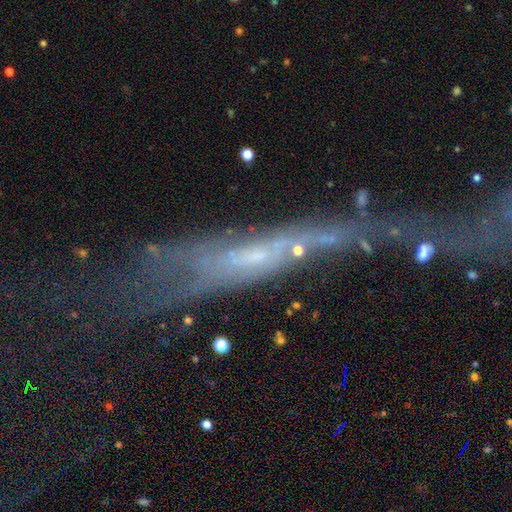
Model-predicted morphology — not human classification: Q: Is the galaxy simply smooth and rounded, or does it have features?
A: featured or disk — 65%.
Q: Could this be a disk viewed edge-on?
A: yes — 50%, tied with no.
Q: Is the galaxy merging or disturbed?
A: none — 33%, tied with major disturbance.